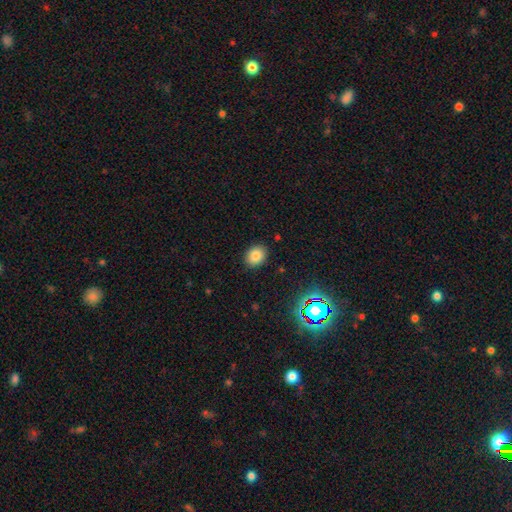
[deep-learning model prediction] This is clearly a smooth galaxy (81%). How rounded: possibly in between (54%). Merging: clearly none (89%).